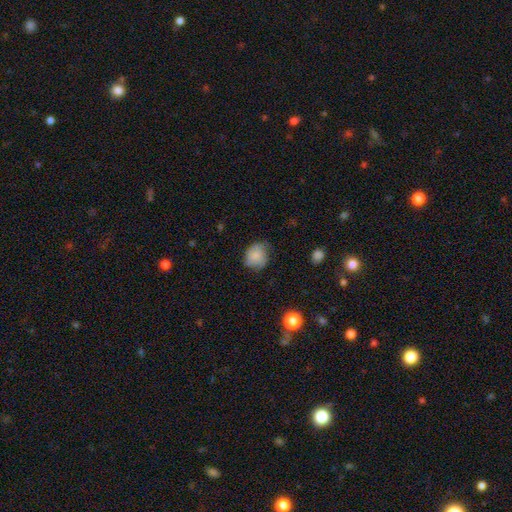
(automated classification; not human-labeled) Smooth or featured? smooth (68%)
How rounded? round (63%)
Merging? none (56%)